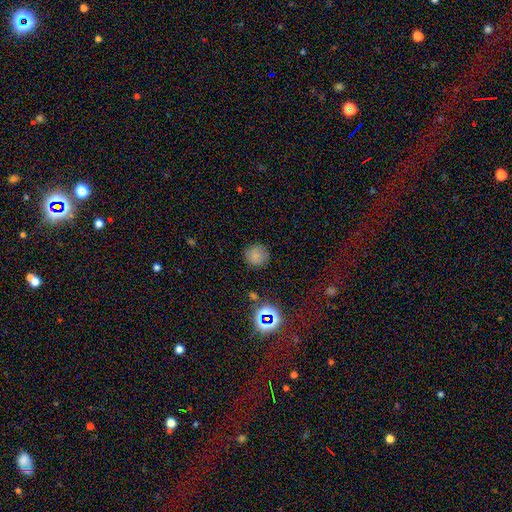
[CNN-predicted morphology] Q: Smooth or featured?
A: smooth (77%); runner-up: star or artifact (17%)
Q: How rounded?
A: round (92%); runner-up: in between (7%)
Q: Merging?
A: none (87%); runner-up: minor disturbance (9%)